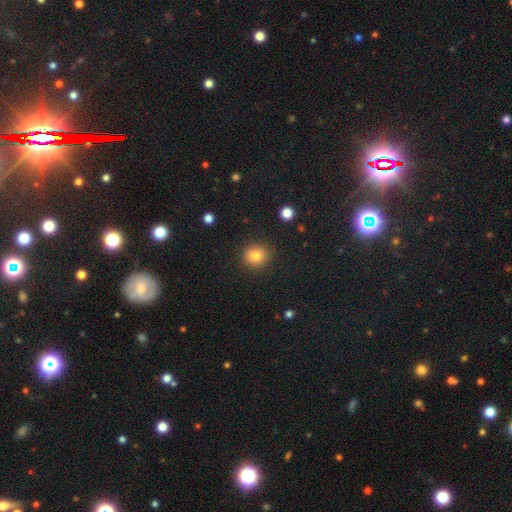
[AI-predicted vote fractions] Smooth or featured?
  - smooth: 82% *
  - star or artifact: 11%
  - featured or disk: 7%
How rounded?
  - round: 87% *
  - in between: 12%
  - cigar-shaped: 1%
Merging?
  - none: 89% *
  - minor disturbance: 7%
  - major disturbance: 2%
  - merger: 1%